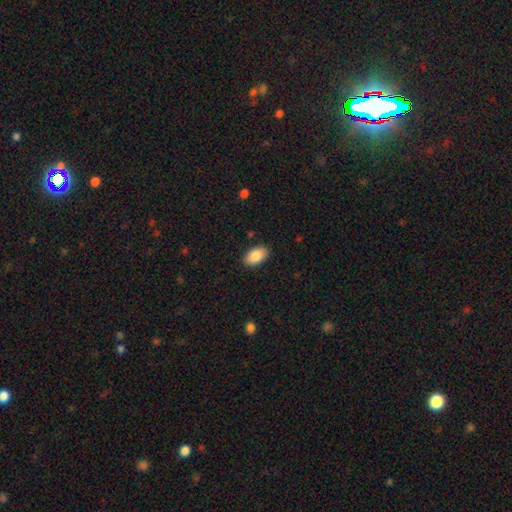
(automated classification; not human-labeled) This appears to be a smooth galaxy with no disk features (88%) that is in between round and cigar-shaped (94%). Merging: none (89%).